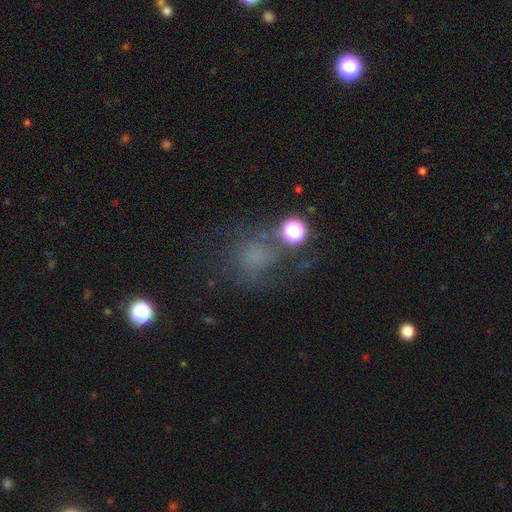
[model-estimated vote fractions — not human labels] smooth_or_featured: smooth (p=0.49) [alt: star or artifact p=0.25]
merging: none (p=0.52) [alt: major disturbance p=0.22]